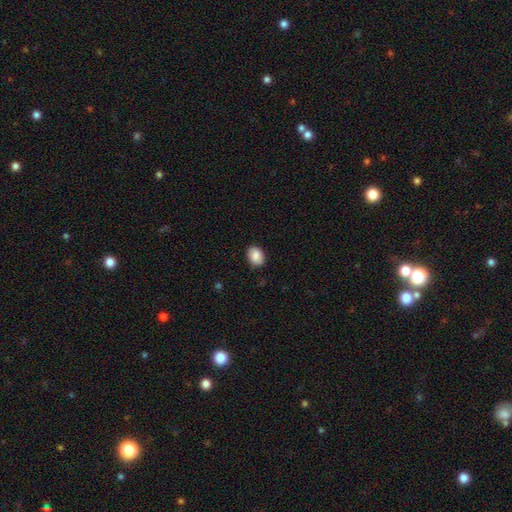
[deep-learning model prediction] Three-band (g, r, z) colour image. It shows a smooth galaxy with no disk features (88%) that is in between round and cigar-shaped (71%). Merging: none (87%).